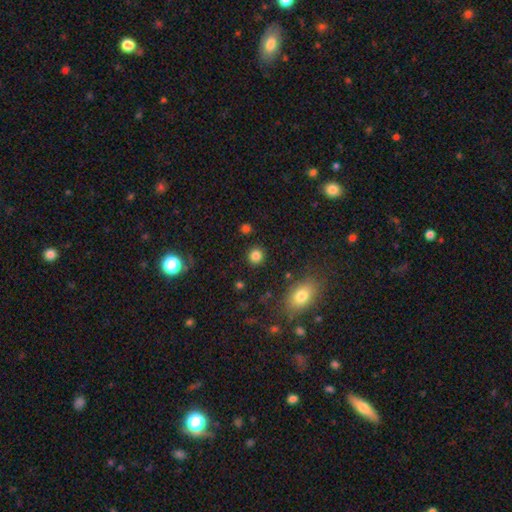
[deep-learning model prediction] The model was most divided on "smooth or featured": smooth: 82%, star or artifact: 13%, featured or disk: 5%. More confident: merging — none (90%); how rounded — round (88%).